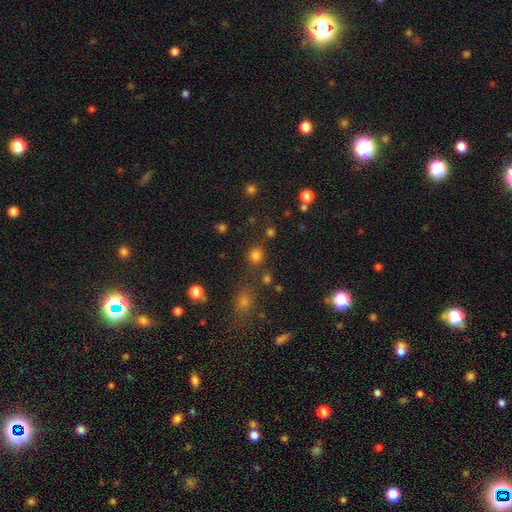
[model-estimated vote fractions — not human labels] Smooth or featured: smooth — 78% (star or artifact — 18%)
How rounded: round — 90% (in between — 9%)
Merging: none — 78% (minor disturbance — 9%)